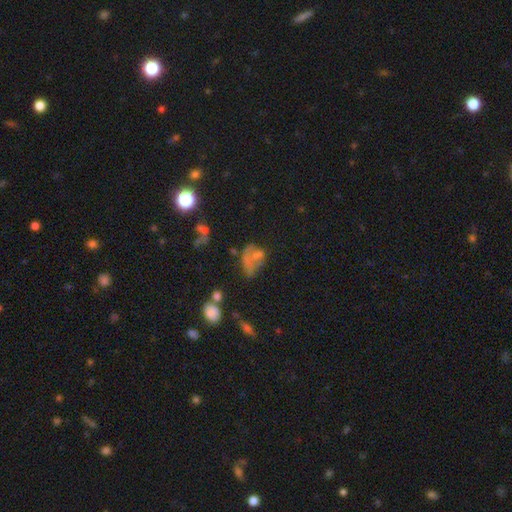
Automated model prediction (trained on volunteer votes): smooth 42%, featured or disk 30%, star or artifact 28%. Down the decision tree: merging — none (34%).